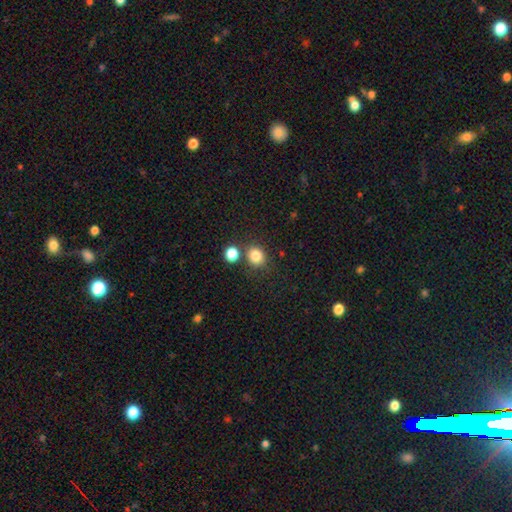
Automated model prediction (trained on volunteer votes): smooth-or-featured: smooth: 83% | star or artifact: 12% | featured or disk: 5%
  how-rounded: round: 77% | in between: 22% | cigar-shaped: 1%
  merging: none: 72% | merger: 15% | minor disturbance: 10% | major disturbance: 3%